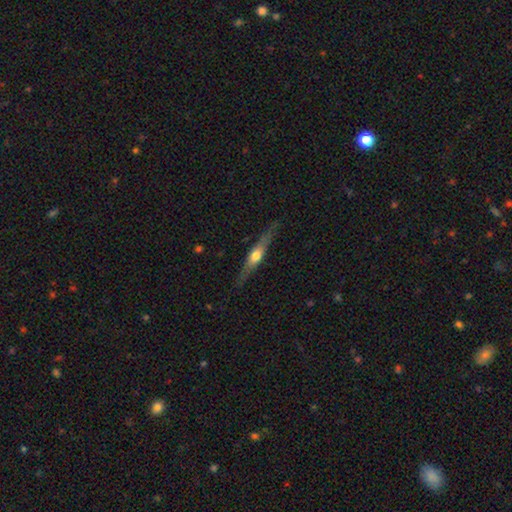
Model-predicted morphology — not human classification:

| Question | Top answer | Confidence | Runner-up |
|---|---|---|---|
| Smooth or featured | featured or disk | 61% | smooth (34%) |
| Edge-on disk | yes | 93% | no (7%) |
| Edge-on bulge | rounded | 87% | none (7%) |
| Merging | none | 82% | minor disturbance (13%) |